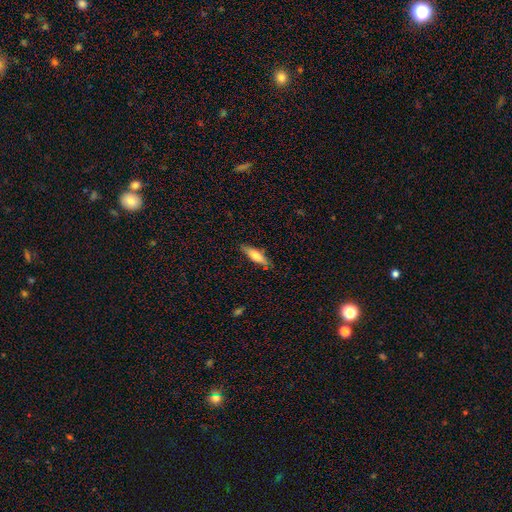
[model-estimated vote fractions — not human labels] Smooth or featured?
  - smooth: 70% *
  - featured or disk: 24%
  - star or artifact: 6%
How rounded?
  - cigar-shaped: 62% *
  - in between: 36%
  - round: 2%
Merging?
  - none: 82% *
  - minor disturbance: 13%
  - major disturbance: 3%
  - merger: 1%